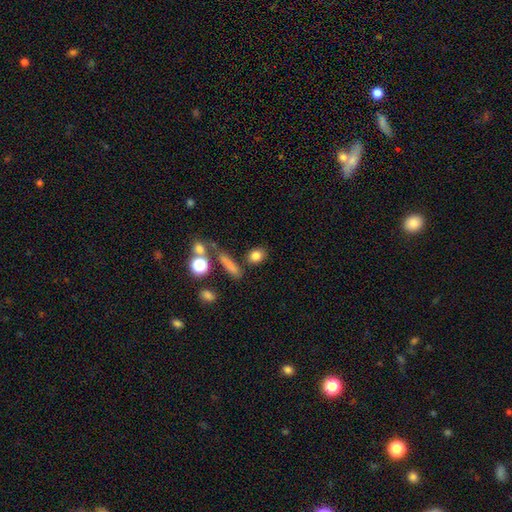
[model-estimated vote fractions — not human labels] This is clearly a smooth galaxy (82%). How rounded: possibly round (50%). Merging: likely none (75%).